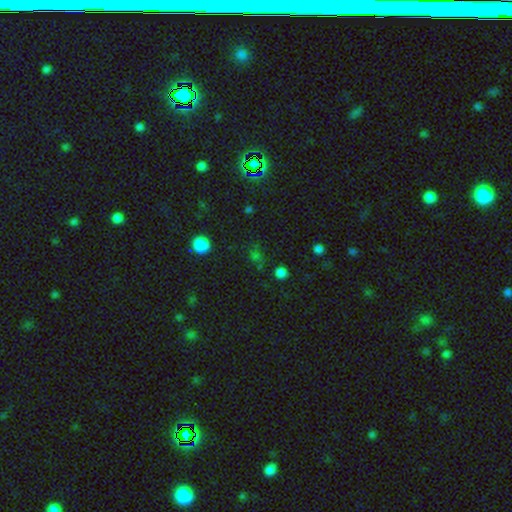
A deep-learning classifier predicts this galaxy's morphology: A star or artifact, not a galaxy (47%).